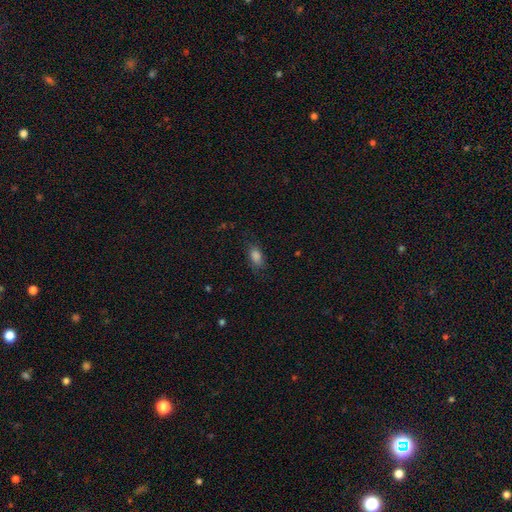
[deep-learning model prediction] This is clearly a smooth galaxy (81%). How rounded: clearly in between (86%). Merging: likely none (75%).